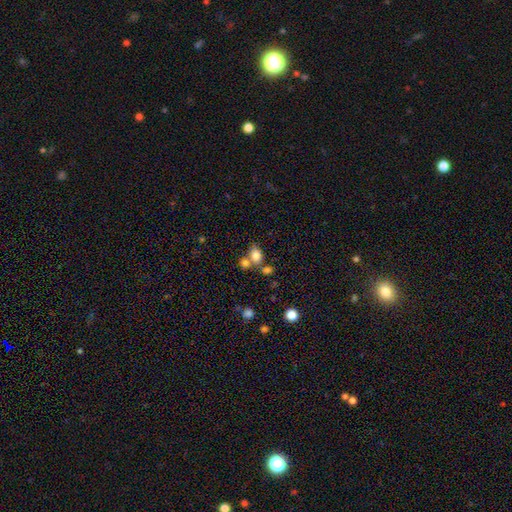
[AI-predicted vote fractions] Smooth or featured?
  - smooth: 80% *
  - star or artifact: 12%
  - featured or disk: 8%
How rounded?
  - in between: 67% *
  - round: 31%
  - cigar-shaped: 1%
Merging?
  - none: 47% *
  - merger: 36%
  - minor disturbance: 12%
  - major disturbance: 6%